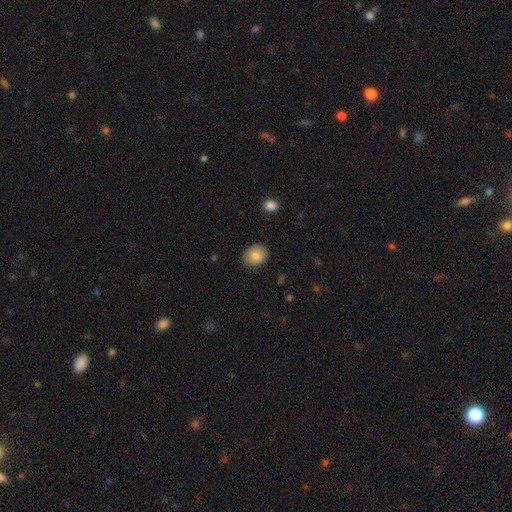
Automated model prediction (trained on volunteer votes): Overall: smooth (85%). How rounded: in between (52%; round 47%). Merging: none (84%).